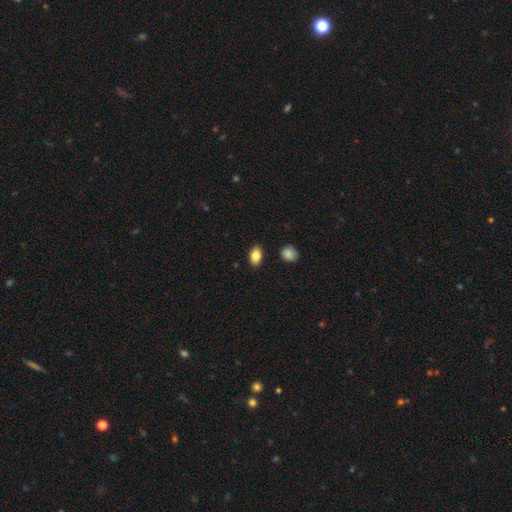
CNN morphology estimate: The model was most divided on "how rounded": in between: 88%, round: 11%, cigar-shaped: 2%. More confident: merging — none (88%); smooth or featured — smooth (86%).